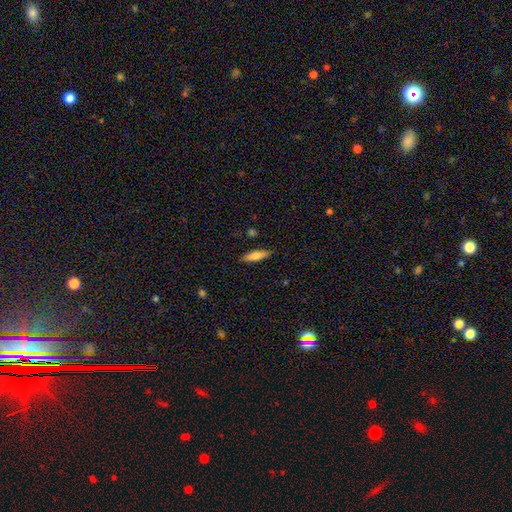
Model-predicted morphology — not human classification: Q: Smooth or featured?
A: smooth (67%); runner-up: featured or disk (26%)
Q: How rounded?
A: cigar-shaped (68%); runner-up: in between (30%)
Q: Merging?
A: none (85%); runner-up: minor disturbance (11%)